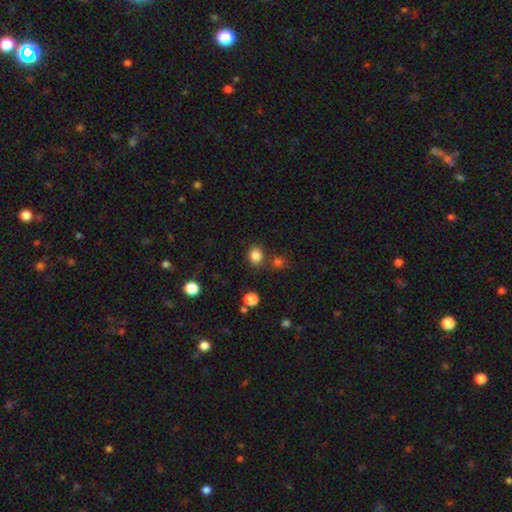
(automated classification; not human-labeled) Smooth or featured?
  - smooth: 83% *
  - star or artifact: 12%
  - featured or disk: 4%
How rounded?
  - round: 64% *
  - in between: 35%
  - cigar-shaped: 1%
Merging?
  - none: 75% *
  - minor disturbance: 11%
  - merger: 9%
  - major disturbance: 4%